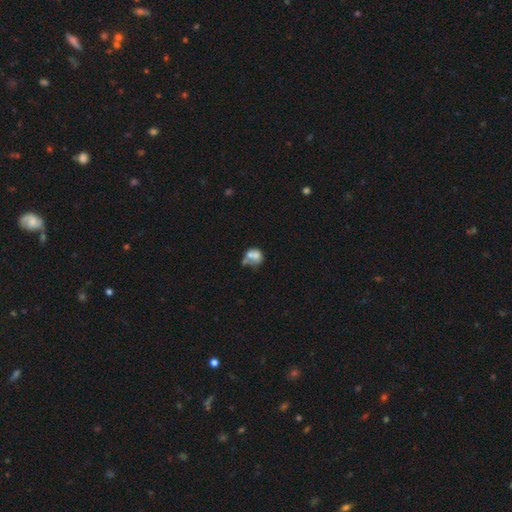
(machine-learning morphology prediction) smooth_or_featured: smooth (p=0.62) [alt: featured or disk p=0.28]
how_rounded: round (p=0.56) [alt: in between p=0.43]
merging: merger (p=0.51) [alt: none p=0.24]